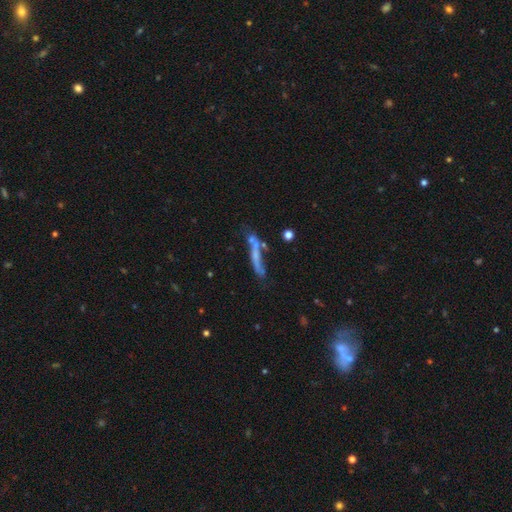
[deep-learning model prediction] Q: Smooth or featured?
A: featured or disk (46%); runner-up: smooth (41%)
Q: Merging?
A: none (43%); runner-up: minor disturbance (21%)